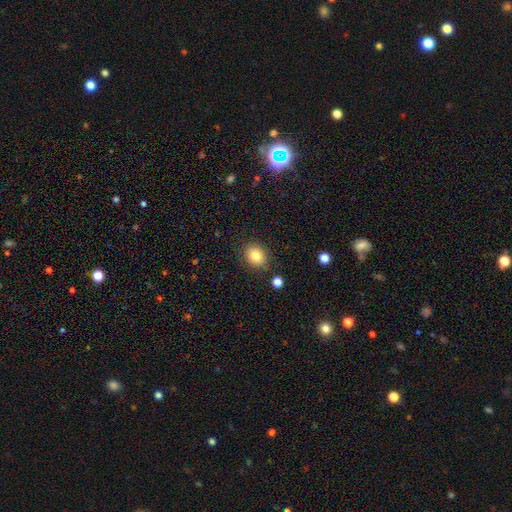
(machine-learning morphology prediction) A smooth galaxy with no disk features (82%) that is round (62%).

Vote fractions:
- Smooth or featured? smooth: 82% / star or artifact: 10% / featured or disk: 8%
- How rounded? round: 62% / in between: 37% / cigar-shaped: 1%
- Merging? none: 85% / minor disturbance: 10% / major disturbance: 3% / merger: 2%